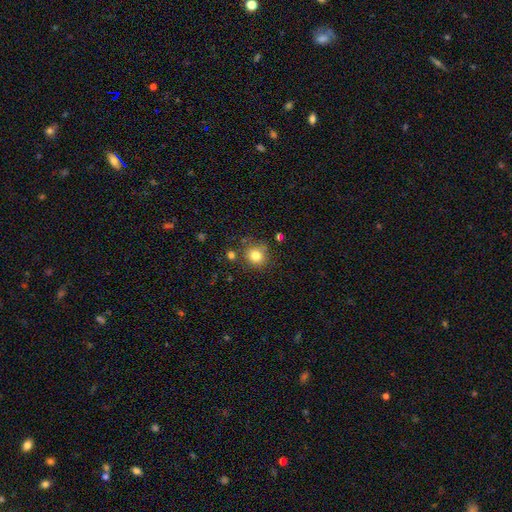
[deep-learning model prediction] smooth_or_featured: smooth (p=0.81) [alt: star or artifact p=0.11]
how_rounded: round (p=0.81) [alt: in between p=0.18]
merging: none (p=0.74) [alt: minor disturbance p=0.15]